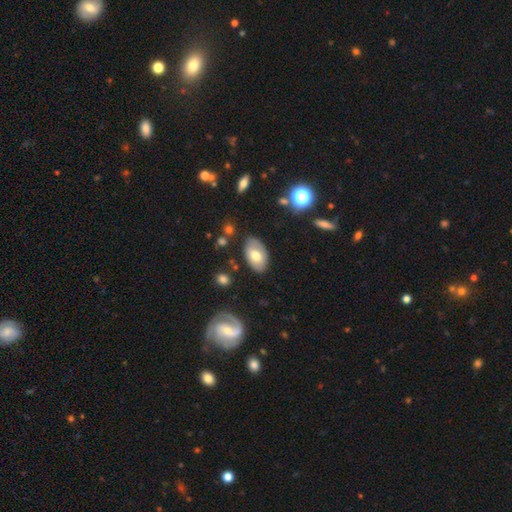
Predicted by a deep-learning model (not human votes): Smooth or featured: smooth — 62% (featured or disk — 32%)
How rounded: in between — 93% (round — 6%)
Merging: none — 80% (minor disturbance — 14%)